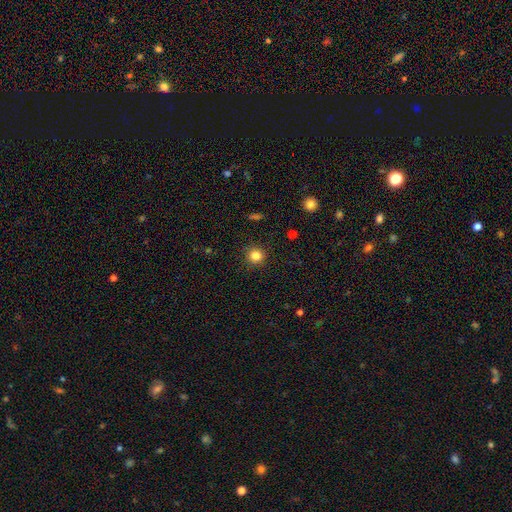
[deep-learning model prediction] smooth_or_featured: smooth (p=0.82) [alt: star or artifact p=0.13]
how_rounded: round (p=0.93) [alt: in between p=0.06]
merging: none (p=0.90) [alt: minor disturbance p=0.06]